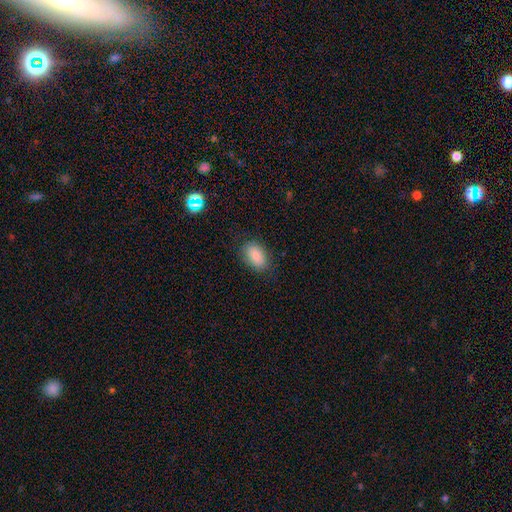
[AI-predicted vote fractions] A smooth galaxy with no disk features (86%) that is in between round and cigar-shaped (91%). Merging: none (81%).